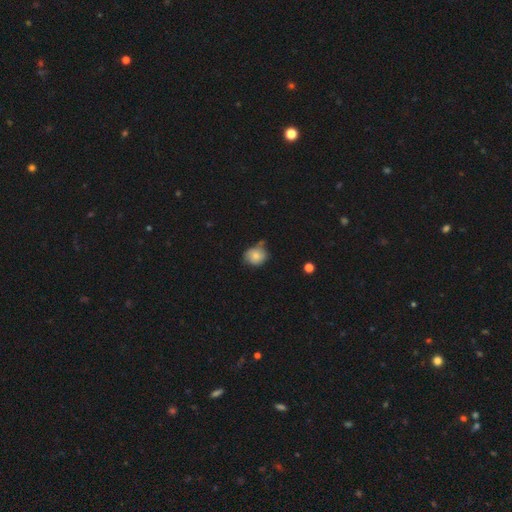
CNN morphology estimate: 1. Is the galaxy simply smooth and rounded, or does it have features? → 76% smooth, 15% featured or disk, 9% star or artifact.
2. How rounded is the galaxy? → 66% round, 33% in between, 1% cigar-shaped.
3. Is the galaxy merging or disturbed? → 53% none, 32% minor disturbance, 8% merger, 7% major disturbance.